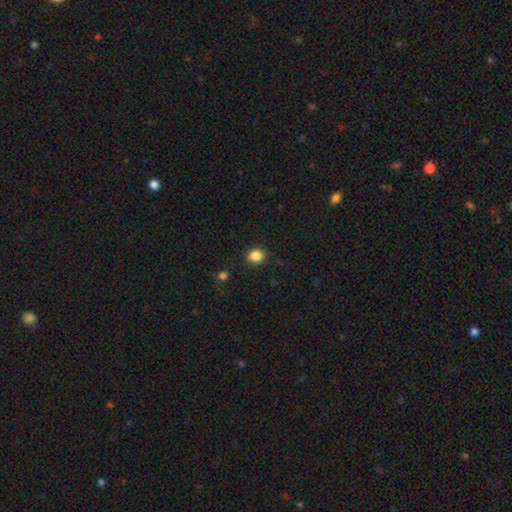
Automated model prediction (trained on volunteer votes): Smooth or featured?
  - smooth: 85% *
  - star or artifact: 12%
  - featured or disk: 3%
How rounded?
  - round: 82% *
  - in between: 17%
  - cigar-shaped: 1%
Merging?
  - none: 90% *
  - minor disturbance: 7%
  - major disturbance: 2%
  - merger: 2%